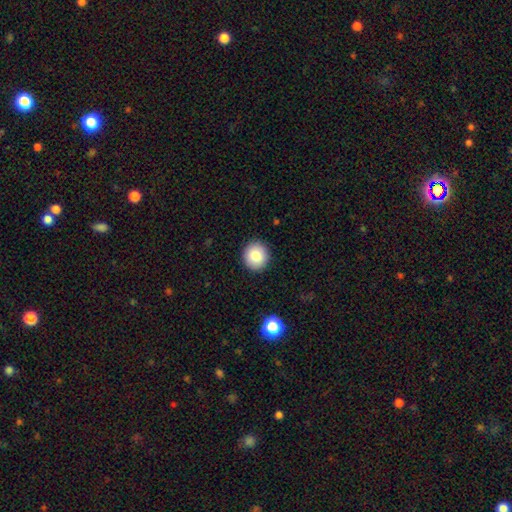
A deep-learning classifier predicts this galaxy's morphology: smooth_or_featured: smooth (p=0.84) [alt: star or artifact p=0.09]
how_rounded: round (p=0.91) [alt: in between p=0.08]
merging: none (p=0.92) [alt: minor disturbance p=0.06]